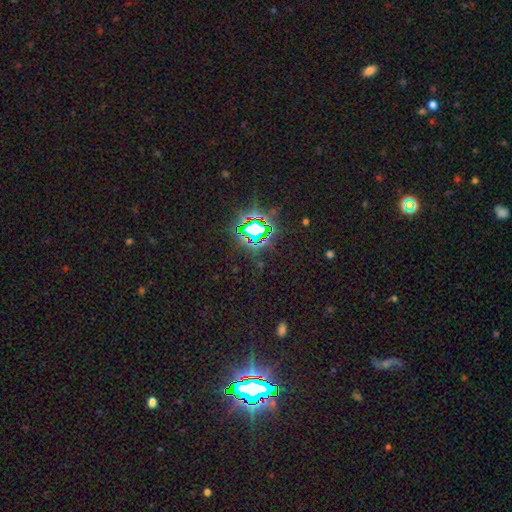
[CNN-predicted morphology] type=star or artifact (85%).